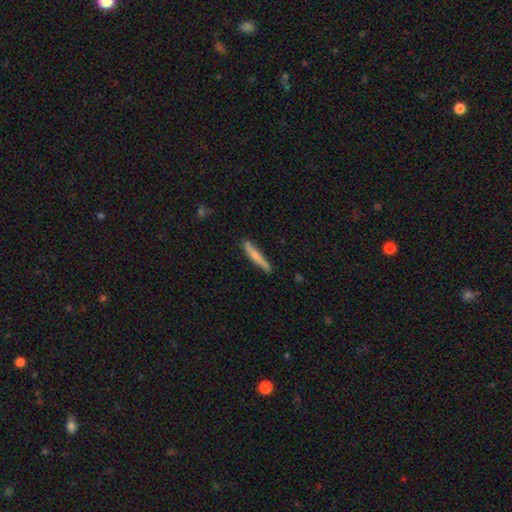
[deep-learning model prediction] This is likely a smooth galaxy (71%). How rounded: clearly cigar-shaped (94%). Merging: clearly none (81%).